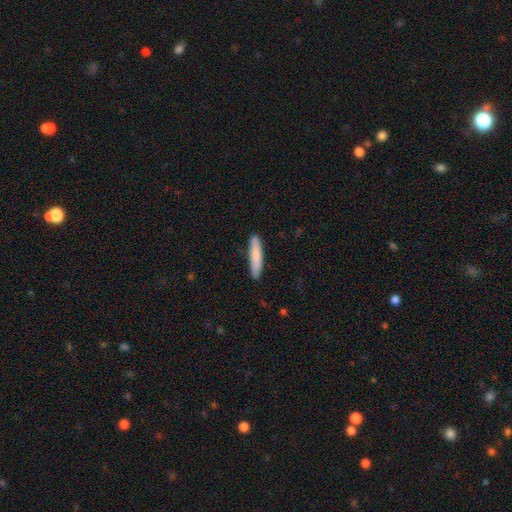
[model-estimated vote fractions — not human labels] smooth_or_featured: smooth (p=0.80) [alt: featured or disk p=0.15]
how_rounded: cigar-shaped (p=0.88) [alt: in between p=0.11]
merging: none (p=0.87) [alt: minor disturbance p=0.10]